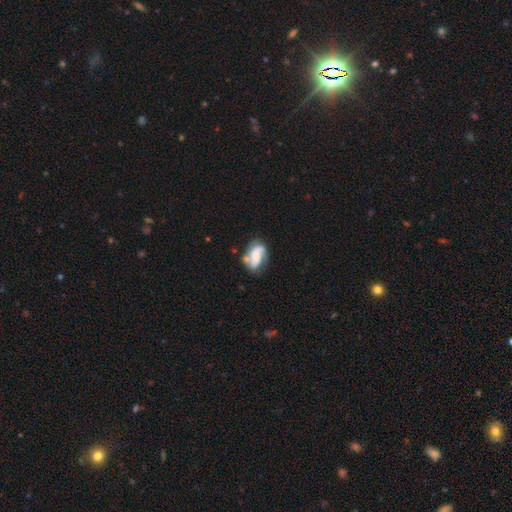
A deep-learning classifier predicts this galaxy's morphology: Smooth or featured? featured or disk (75%)
Edge-on disk? no (97%)
Bar? no (50%)
Spiral arms? yes (92%)
Spiral winding? medium (44%)
Spiral arm count? 2 (83%)
Bulge size? moderate (47%)
Merging? none (61%)